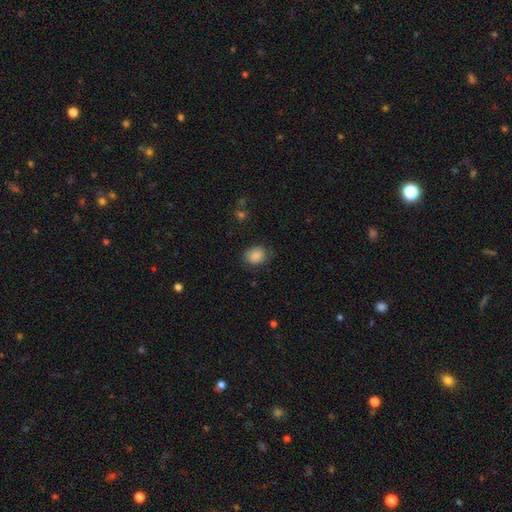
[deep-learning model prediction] The model was most divided on "how rounded": in between: 53%, round: 46%, cigar-shaped: 1%. More confident: smooth or featured — smooth (85%); merging — none (69%).